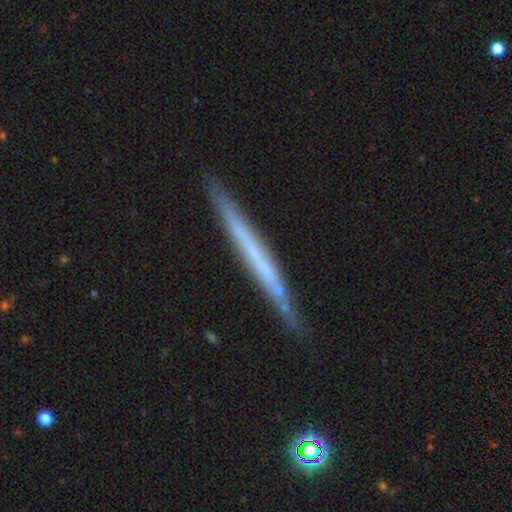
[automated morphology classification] Smooth or featured?
  - featured or disk: 57% *
  - smooth: 36%
  - star or artifact: 6%
Edge-on disk?
  - yes: 96% *
  - no: 4%
Edge-on bulge?
  - none: 88% *
  - rounded: 7%
  - boxy: 5%
Merging?
  - none: 87% *
  - minor disturbance: 10%
  - major disturbance: 2%
  - merger: 1%